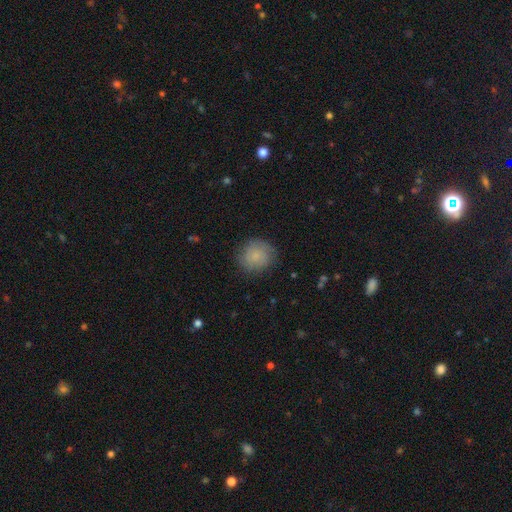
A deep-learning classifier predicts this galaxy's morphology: A smooth galaxy with no disk features (79%) that is round (86%).

Vote fractions:
- Smooth or featured? smooth: 79% / featured or disk: 14% / star or artifact: 8%
- How rounded? round: 86% / in between: 13% / cigar-shaped: 1%
- Merging? none: 80% / minor disturbance: 15% / major disturbance: 4% / merger: 1%